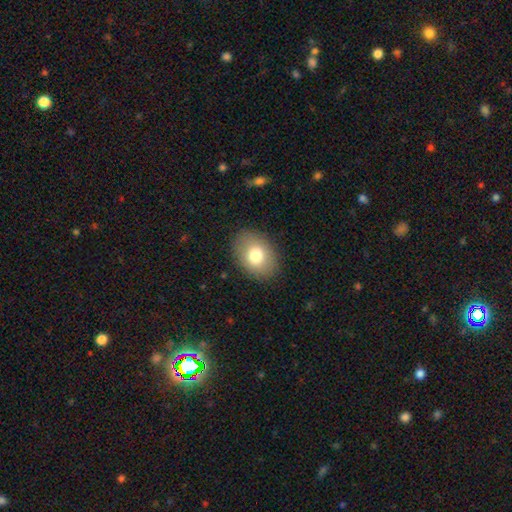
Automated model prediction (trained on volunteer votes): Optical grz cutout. It shows a smooth galaxy with no disk features (77%) that is in between round and cigar-shaped (76%). Merging: none (87%).